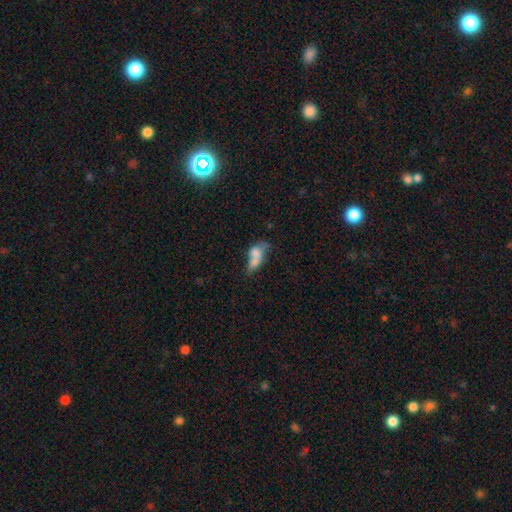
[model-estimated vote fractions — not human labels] Q: Smooth or featured?
A: smooth (61%); runner-up: featured or disk (27%)
Q: How rounded?
A: in between (75%); runner-up: cigar-shaped (14%)
Q: Merging?
A: merger (53%); runner-up: none (20%)